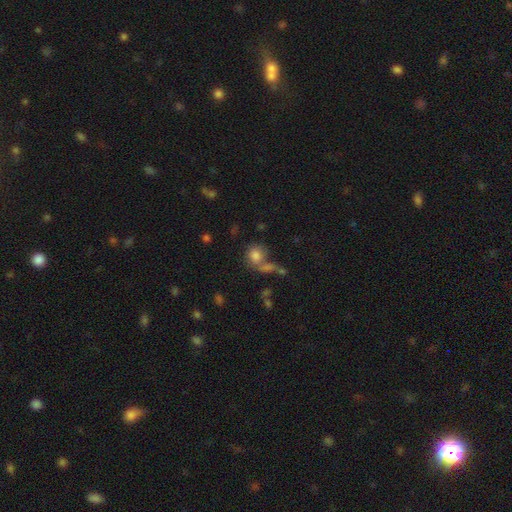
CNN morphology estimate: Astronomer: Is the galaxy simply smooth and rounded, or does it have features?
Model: smooth — 79%.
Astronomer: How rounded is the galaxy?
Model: round — 68%.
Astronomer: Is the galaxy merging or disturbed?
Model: none — 46% (runner-up: merger, 32%).